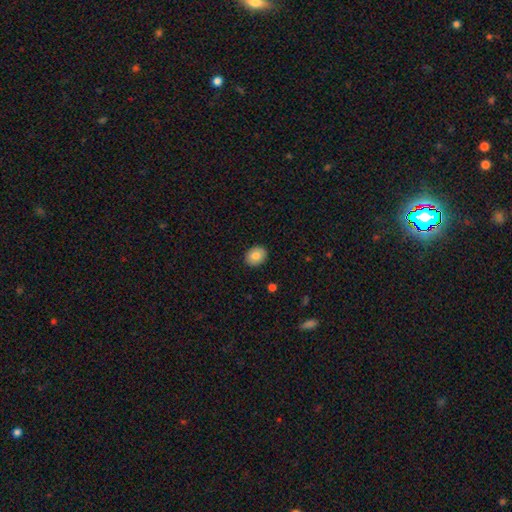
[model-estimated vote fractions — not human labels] smooth-or-featured: smooth: 81% | featured or disk: 11% | star or artifact: 8%
  how-rounded: round: 51% | in between: 49% | cigar-shaped: 1%
  merging: none: 90% | minor disturbance: 8% | major disturbance: 2% | merger: 1%